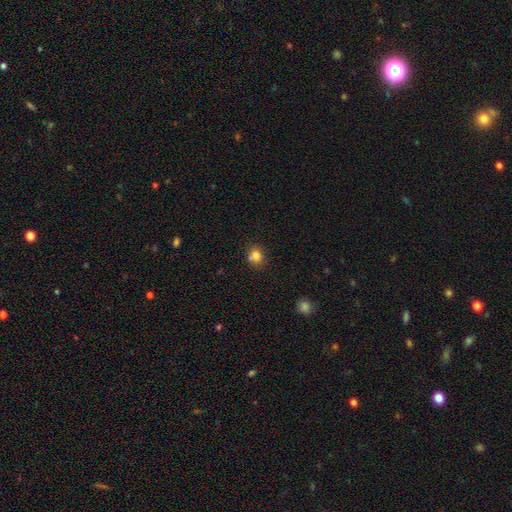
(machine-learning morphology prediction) This appears to be a smooth galaxy with no disk features (77%) that is round (73%). Merging: none (63%).